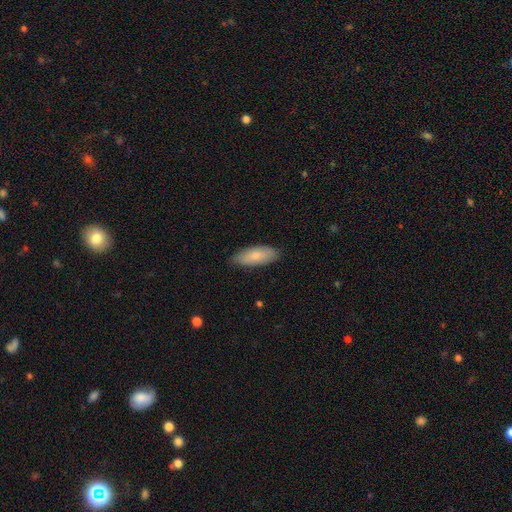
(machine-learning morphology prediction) smooth-or-featured: smooth: 80% | featured or disk: 15% | star or artifact: 6%
  how-rounded: in between: 76% | cigar-shaped: 22% | round: 2%
  merging: none: 85% | minor disturbance: 12% | major disturbance: 2% | merger: 1%